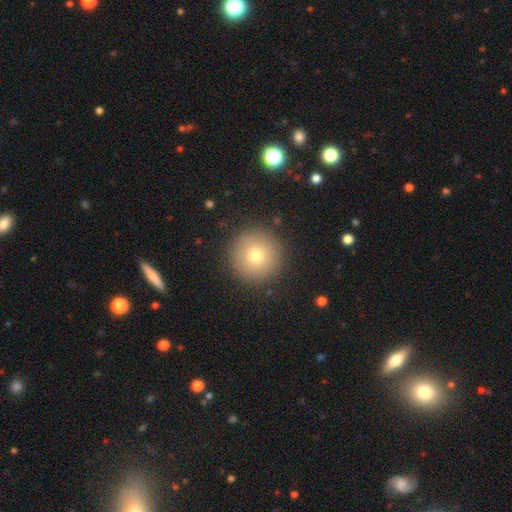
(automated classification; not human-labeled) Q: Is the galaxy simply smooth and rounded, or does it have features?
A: smooth — 73%.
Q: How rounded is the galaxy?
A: round — 97%.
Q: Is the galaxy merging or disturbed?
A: none — 91%.